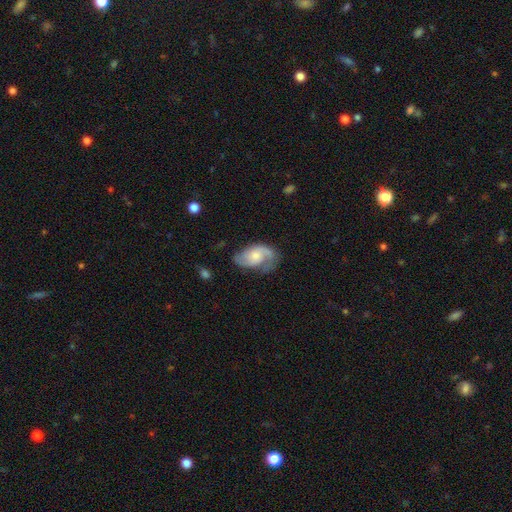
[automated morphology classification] A featured or disk galaxy (71%) with no bar (67%), 2 (74%) medium (45%) spiral arms (92%) and a moderate central bulge (45%). Merging: none (56%).